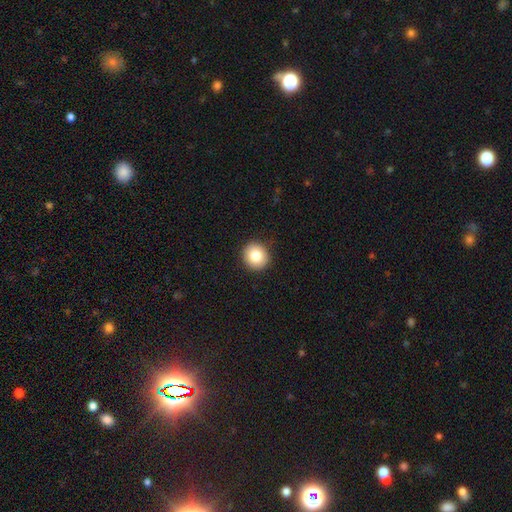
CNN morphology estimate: Smooth or featured? smooth (84%)
How rounded? round (90%)
Merging? none (92%)